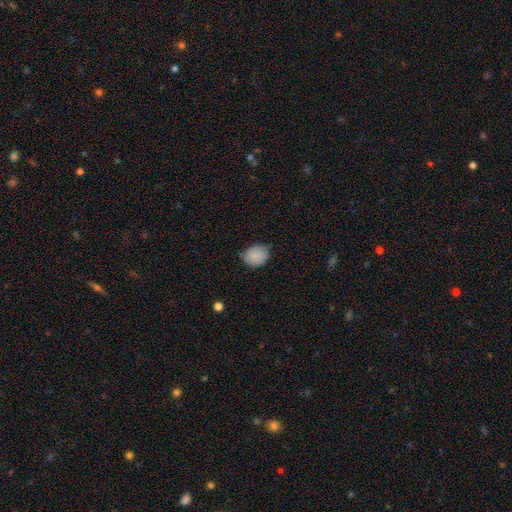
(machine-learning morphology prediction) This appears to be a smooth galaxy with no disk features (86%) that is round (55%). Merging: none (68%).